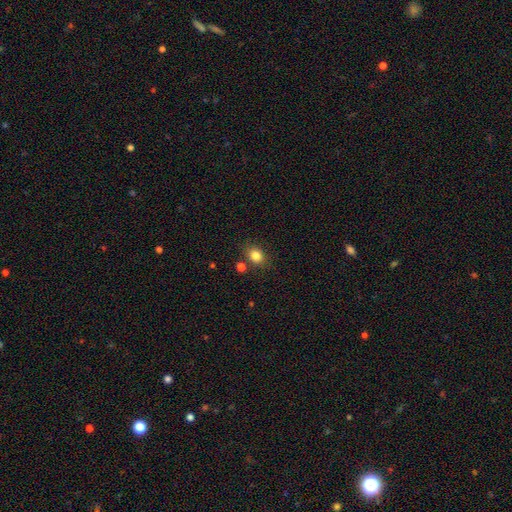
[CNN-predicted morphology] Smooth or featured? Predicted: smooth (p=0.83). How rounded? Predicted: round (p=0.52). Merging? Predicted: none (p=0.77).